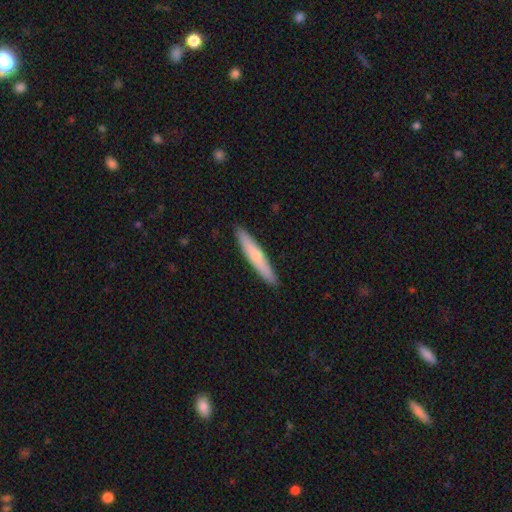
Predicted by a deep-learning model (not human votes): A smooth galaxy with no disk features (62%) that is cigar-shaped (93%).

Vote fractions:
- Smooth or featured? smooth: 62% / featured or disk: 33% / star or artifact: 5%
- How rounded? cigar-shaped: 93% / in between: 6% / round: 1%
- Merging? none: 91% / minor disturbance: 6% / major disturbance: 1% / merger: 1%